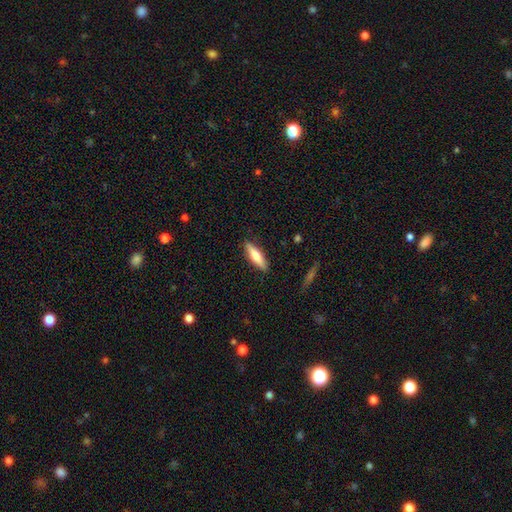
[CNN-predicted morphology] Smooth or featured?
  - smooth: 59% *
  - featured or disk: 35%
  - star or artifact: 6%
How rounded?
  - cigar-shaped: 66% *
  - in between: 32%
  - round: 2%
Merging?
  - none: 88% *
  - minor disturbance: 9%
  - major disturbance: 2%
  - merger: 1%